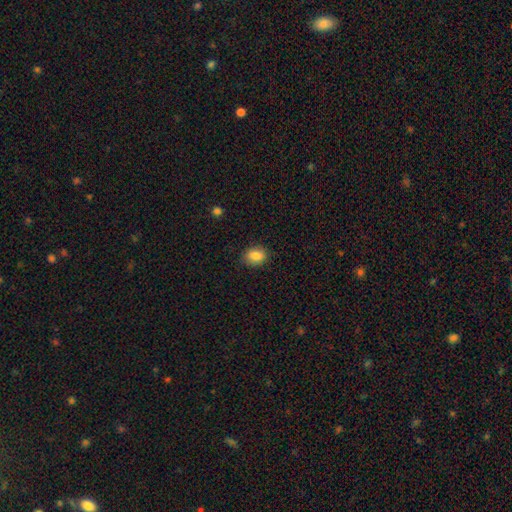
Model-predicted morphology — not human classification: Smooth or featured? smooth (85%)
How rounded? in between (62%)
Merging? none (86%)